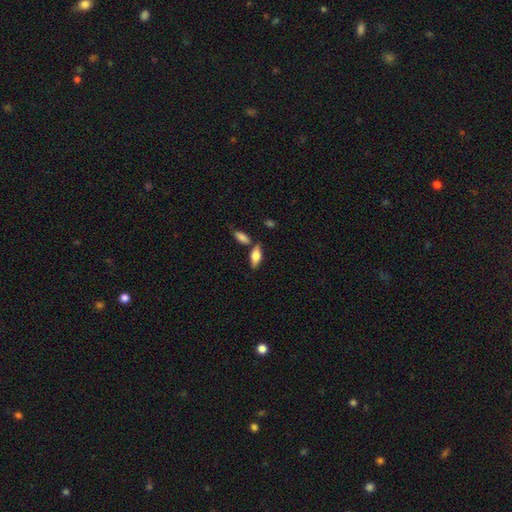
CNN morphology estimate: Smooth or featured? Predicted: smooth (p=0.63). How rounded? Predicted: in between (p=0.77). Merging? Predicted: none (p=0.71).